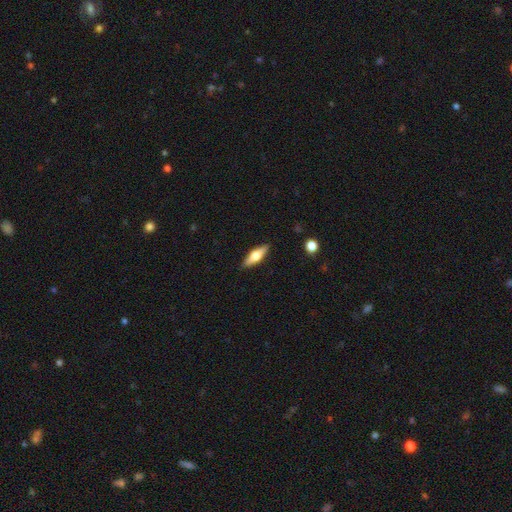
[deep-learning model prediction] This is possibly a featured or disk galaxy (48%). Merging: clearly none (89%).